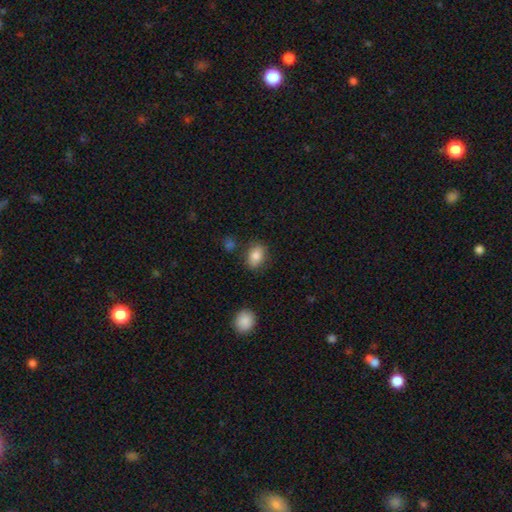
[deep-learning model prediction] Smooth or featured? Predicted: smooth (p=0.84). How rounded? Predicted: in between (p=0.78). Merging? Predicted: none (p=0.80).